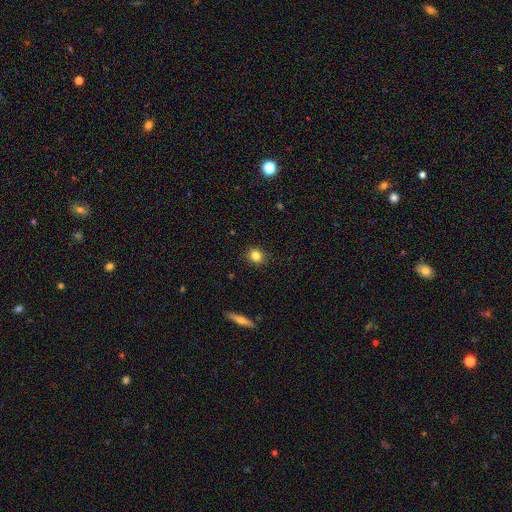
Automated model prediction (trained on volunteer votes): smooth_or_featured: smooth (p=0.82) [alt: star or artifact p=0.11]
how_rounded: round (p=0.81) [alt: in between p=0.18]
merging: none (p=0.90) [alt: minor disturbance p=0.07]